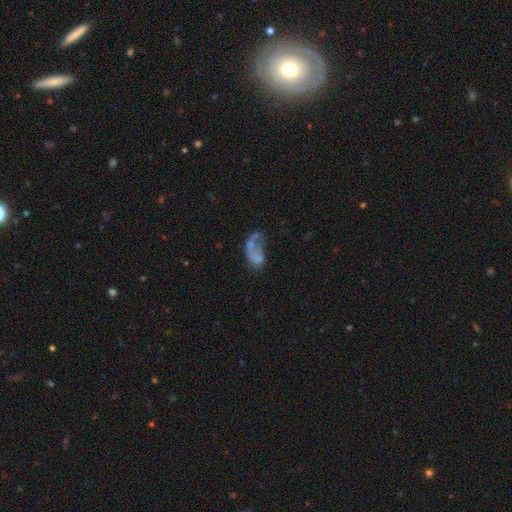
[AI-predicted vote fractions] Q: Smooth or featured?
A: featured or disk (44%); runner-up: smooth (43%)
Q: Merging?
A: major disturbance (45%); runner-up: none (21%)